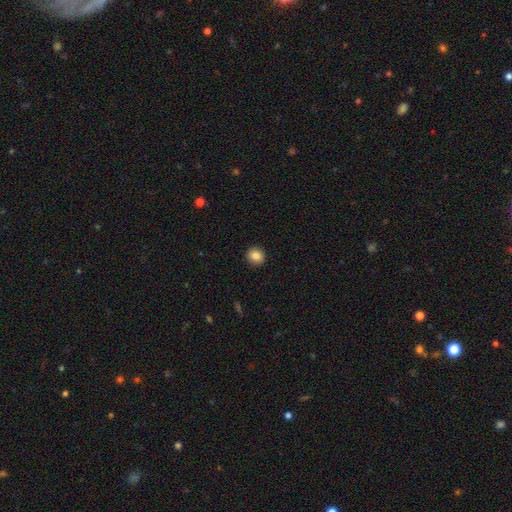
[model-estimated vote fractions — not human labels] Morphology: type=smooth (86%); roundness=round (86%); merging=none (92%).